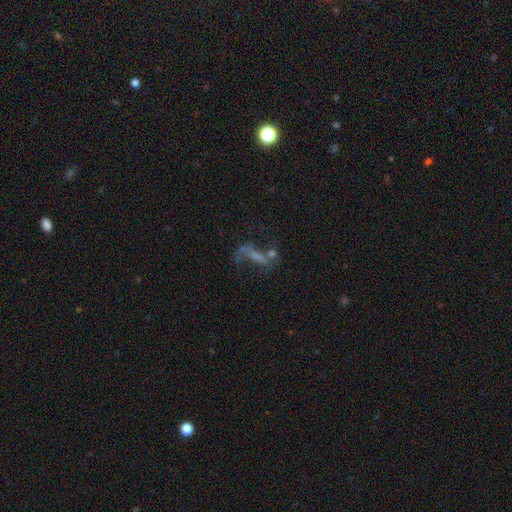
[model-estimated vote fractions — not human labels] featured or disk 53%, smooth 25%, star or artifact 22%. Down the decision tree: edge-on disk — no (88%); merging — none (33%).